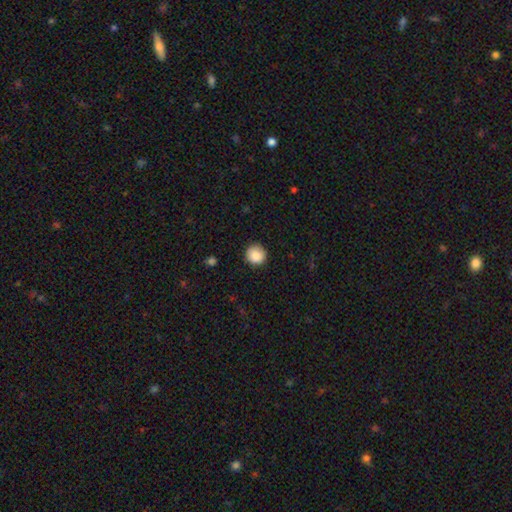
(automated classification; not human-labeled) Smooth or featured?
  - smooth: 87% *
  - star or artifact: 9%
  - featured or disk: 4%
How rounded?
  - round: 94% *
  - in between: 5%
  - cigar-shaped: 1%
Merging?
  - none: 88% *
  - minor disturbance: 9%
  - major disturbance: 2%
  - merger: 1%